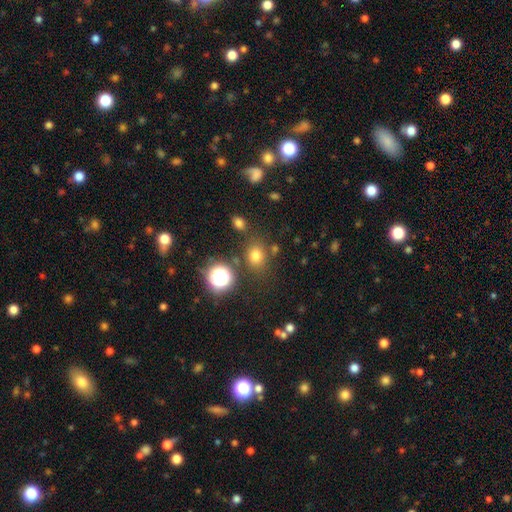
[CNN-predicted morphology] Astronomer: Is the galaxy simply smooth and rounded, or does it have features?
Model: smooth — 72%.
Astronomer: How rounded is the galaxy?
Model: round — 69%.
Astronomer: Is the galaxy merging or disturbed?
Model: none — 78%.